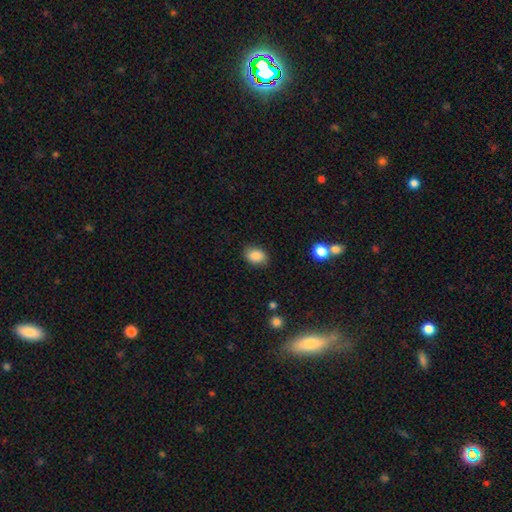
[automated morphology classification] Q: Smooth or featured?
A: smooth (87%); runner-up: star or artifact (8%)
Q: How rounded?
A: in between (77%); runner-up: round (22%)
Q: Merging?
A: none (84%); runner-up: minor disturbance (12%)